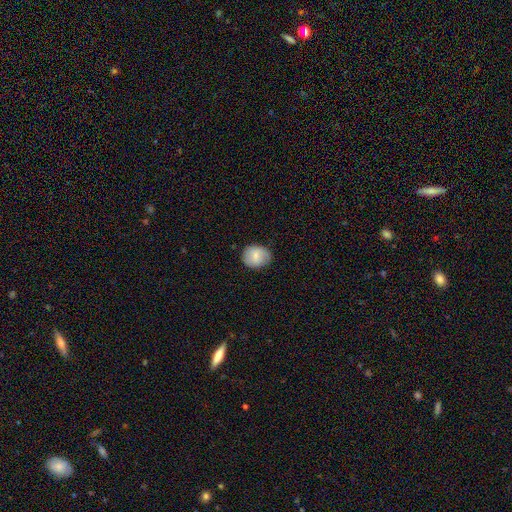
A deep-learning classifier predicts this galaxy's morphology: Smooth or featured? Predicted: smooth (p=0.73). How rounded? Predicted: round (p=0.64). Merging? Predicted: none (p=0.81).